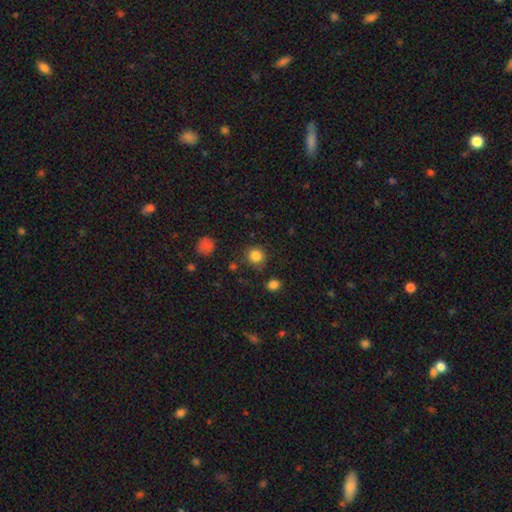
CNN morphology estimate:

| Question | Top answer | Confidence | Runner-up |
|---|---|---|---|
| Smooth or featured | smooth | 83% | star or artifact (12%) |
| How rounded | round | 91% | in between (8%) |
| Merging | none | 83% | minor disturbance (10%) |